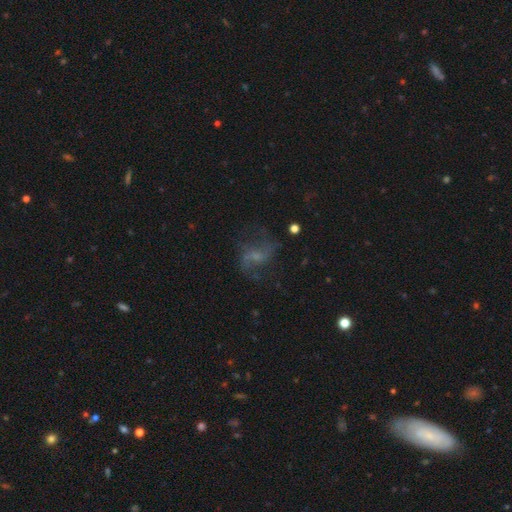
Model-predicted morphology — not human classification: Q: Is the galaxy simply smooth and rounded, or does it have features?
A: featured or disk — 65%.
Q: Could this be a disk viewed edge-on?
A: no — 97%.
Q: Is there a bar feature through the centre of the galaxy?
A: no — 50%.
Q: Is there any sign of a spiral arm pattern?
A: yes — 82%.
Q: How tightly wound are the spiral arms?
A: loose — 66%.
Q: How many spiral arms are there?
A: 2 — 77%.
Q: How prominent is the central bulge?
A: none — 38%.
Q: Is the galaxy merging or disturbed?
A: none — 57%.